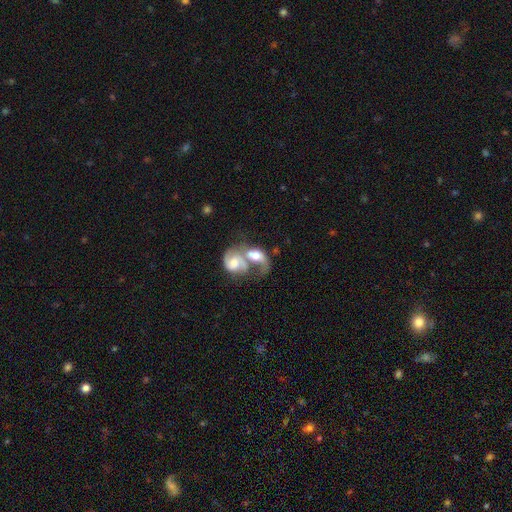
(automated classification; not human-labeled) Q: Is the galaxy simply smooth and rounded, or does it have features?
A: featured or disk — 60%.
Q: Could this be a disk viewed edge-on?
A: no — 96%.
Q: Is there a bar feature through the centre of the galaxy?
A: no — 66%.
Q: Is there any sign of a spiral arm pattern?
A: yes — 75%.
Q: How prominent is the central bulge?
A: moderate — 58%.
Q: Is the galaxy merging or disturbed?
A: merger — 81%.